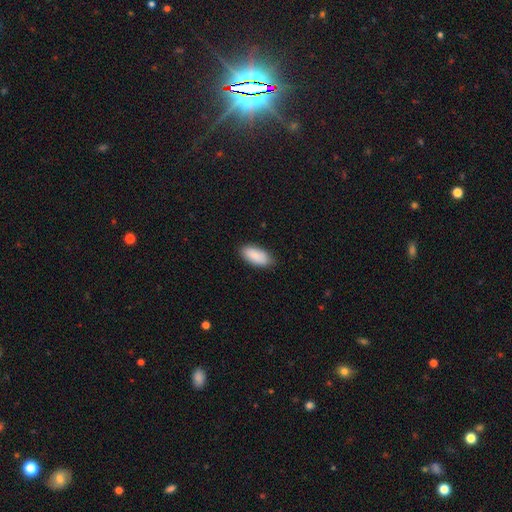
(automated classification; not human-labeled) Smooth or featured?
  - smooth: 89% *
  - star or artifact: 6%
  - featured or disk: 6%
How rounded?
  - in between: 90% *
  - cigar-shaped: 8%
  - round: 2%
Merging?
  - none: 85% *
  - minor disturbance: 12%
  - major disturbance: 2%
  - merger: 1%